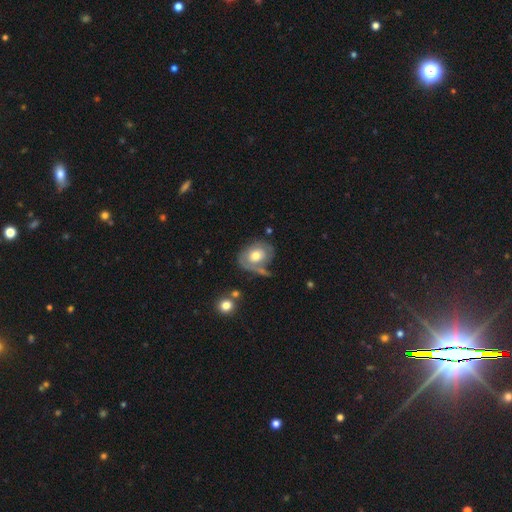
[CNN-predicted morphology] Smooth or featured: smooth — 50% (featured or disk — 43%)
How rounded: in between — 64% (round — 35%)
Merging: none — 53% (minor disturbance — 23%)